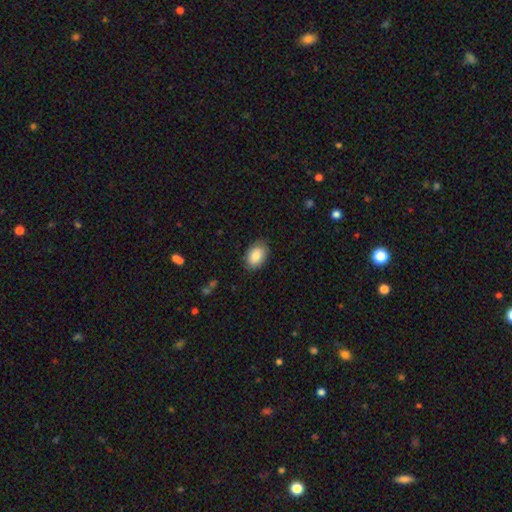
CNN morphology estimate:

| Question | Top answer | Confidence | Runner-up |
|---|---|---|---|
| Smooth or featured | smooth | 84% | featured or disk (9%) |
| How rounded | in between | 87% | round (12%) |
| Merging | none | 82% | minor disturbance (14%) |